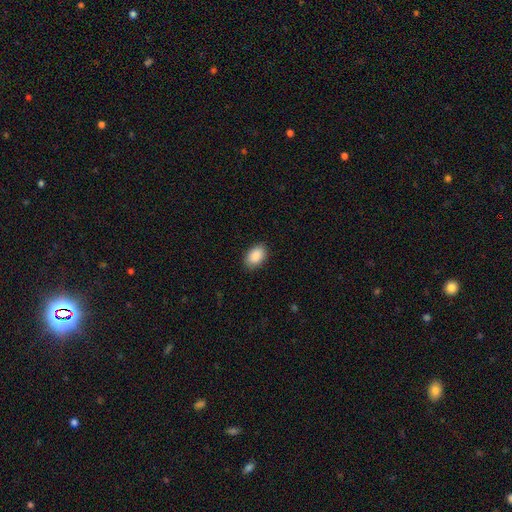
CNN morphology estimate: A smooth galaxy with no disk features (90%) that is in between round and cigar-shaped (90%).

Vote fractions:
- Smooth or featured? smooth: 90% / star or artifact: 7% / featured or disk: 4%
- How rounded? in between: 90% / round: 9% / cigar-shaped: 1%
- Merging? none: 88% / minor disturbance: 9% / major disturbance: 2% / merger: 1%